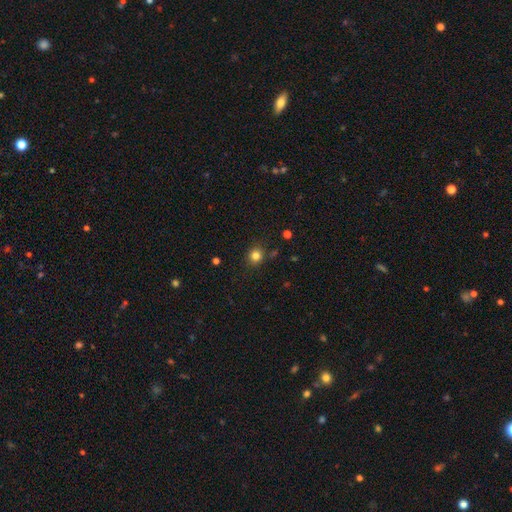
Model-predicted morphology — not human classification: This appears to be a smooth galaxy with no disk features (82%) that is round (85%). Merging: none (86%).